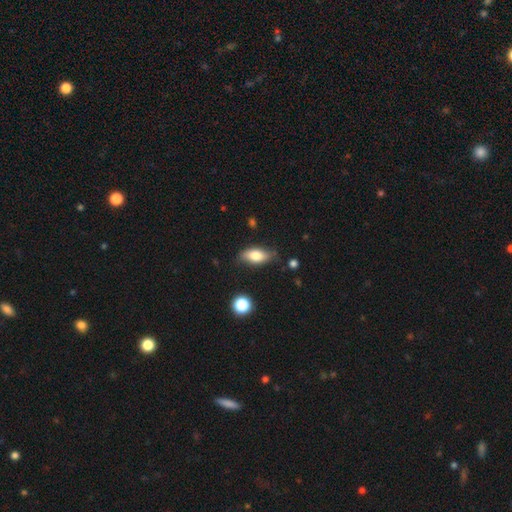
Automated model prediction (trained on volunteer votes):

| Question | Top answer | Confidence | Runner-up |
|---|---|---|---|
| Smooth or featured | smooth | 75% | featured or disk (18%) |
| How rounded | in between | 84% | cigar-shaped (12%) |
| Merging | none | 75% | minor disturbance (19%) |